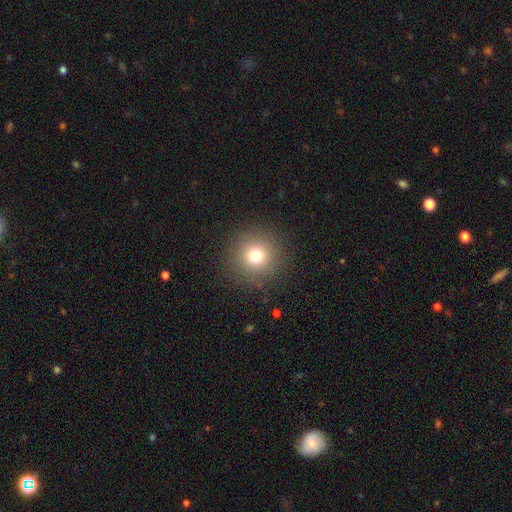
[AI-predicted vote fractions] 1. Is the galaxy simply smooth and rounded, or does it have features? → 76% smooth, 15% star or artifact, 9% featured or disk.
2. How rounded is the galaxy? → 95% round, 4% in between, 1% cigar-shaped.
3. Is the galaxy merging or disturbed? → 90% none, 6% minor disturbance, 3% major disturbance, 1% merger.